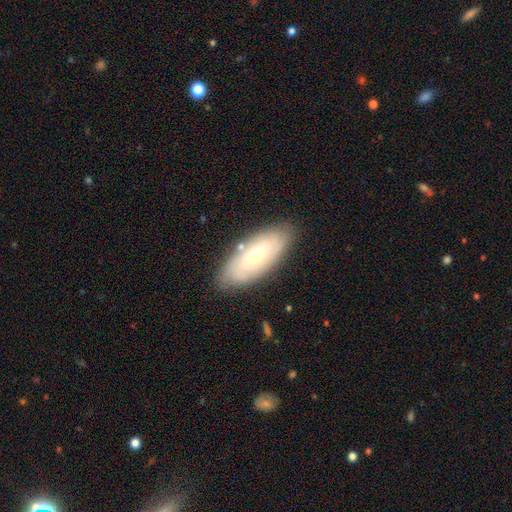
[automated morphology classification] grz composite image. It shows a featured or disk galaxy (54%). Merging: none (81%).